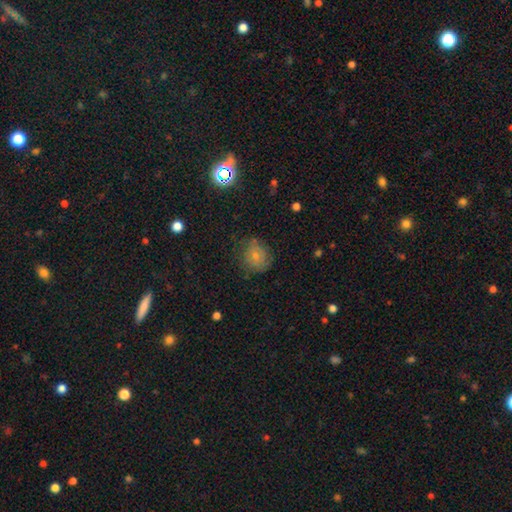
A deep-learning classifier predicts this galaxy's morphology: This is likely a smooth galaxy (66%). How rounded: likely round (77%). Merging: likely none (66%).